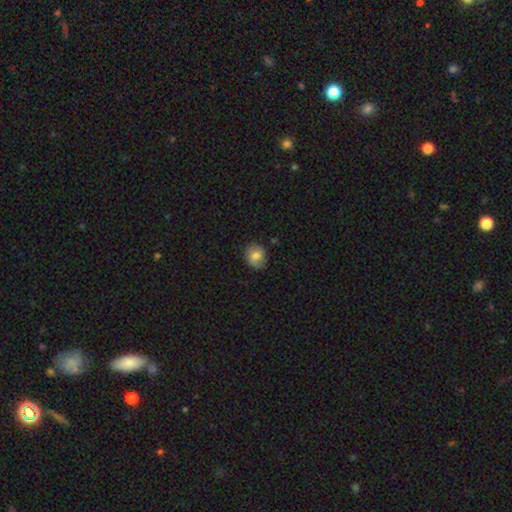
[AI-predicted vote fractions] The model was most divided on "how rounded": round: 69%, in between: 30%, cigar-shaped: 1%. More confident: merging — none (80%); smooth or featured — smooth (77%).